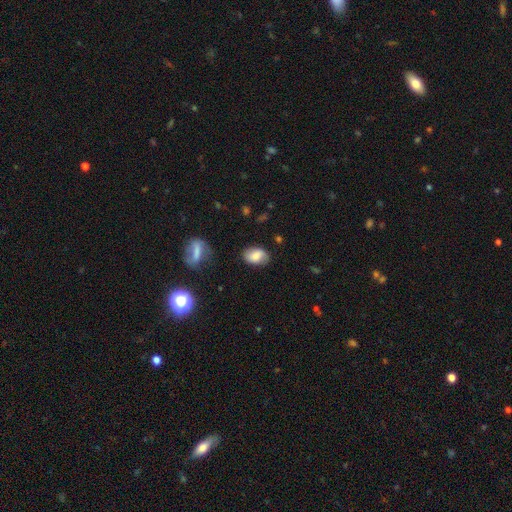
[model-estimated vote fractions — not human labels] Smooth or featured? smooth (68%)
How rounded? in between (85%)
Merging? none (76%)